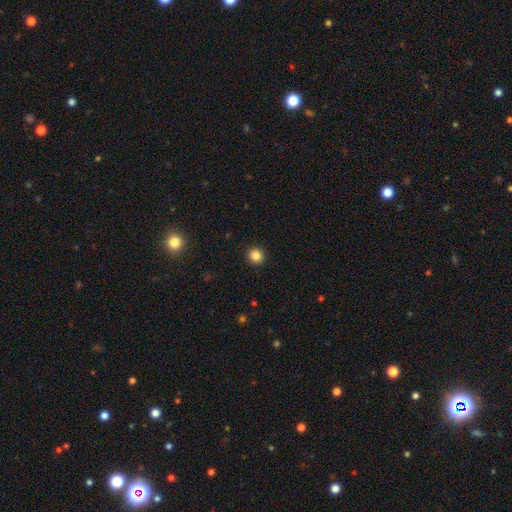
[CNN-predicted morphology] The model was most divided on "smooth or featured": smooth: 84%, star or artifact: 12%, featured or disk: 4%. More confident: how rounded — round (95%); merging — none (93%).